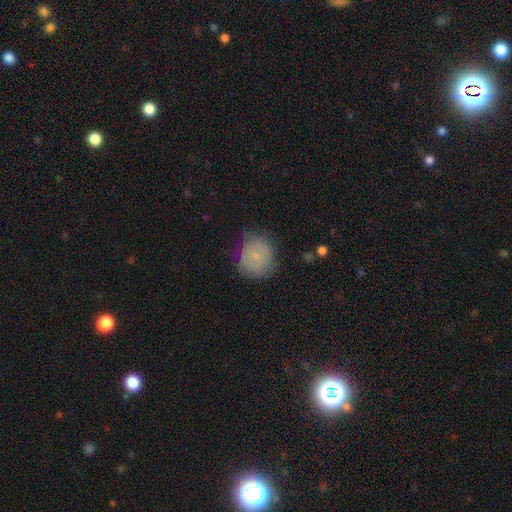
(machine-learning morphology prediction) This appears to be a smooth galaxy with no disk features (70%) that is round (80%). Merging: none (68%).